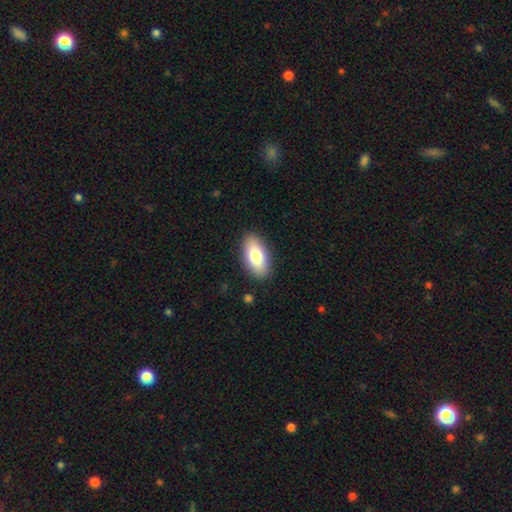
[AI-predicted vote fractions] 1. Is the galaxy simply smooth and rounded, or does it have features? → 81% smooth, 12% featured or disk, 6% star or artifact.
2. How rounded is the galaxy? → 90% in between, 7% cigar-shaped, 3% round.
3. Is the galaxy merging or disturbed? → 88% none, 9% minor disturbance, 2% major disturbance, 1% merger.